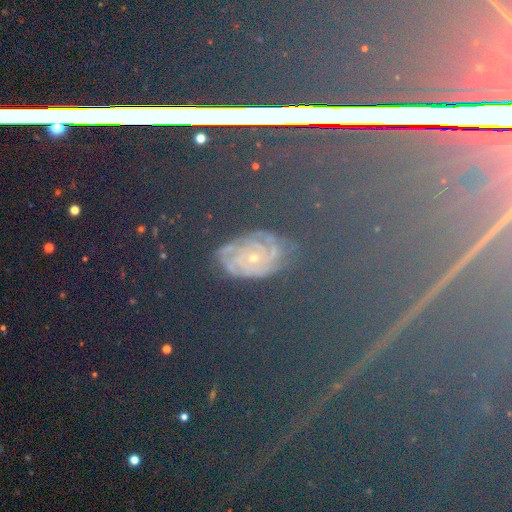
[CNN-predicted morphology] smooth-or-featured: star or artifact: 58% | smooth: 21% | featured or disk: 21%